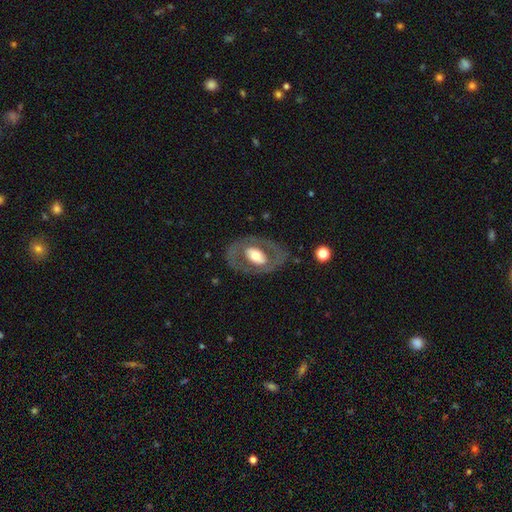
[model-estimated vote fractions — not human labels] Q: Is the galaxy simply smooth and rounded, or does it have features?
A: featured or disk — 59%.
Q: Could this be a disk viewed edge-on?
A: no — 92%.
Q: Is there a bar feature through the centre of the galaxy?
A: no — 61%.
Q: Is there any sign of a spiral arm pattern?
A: no — 78%.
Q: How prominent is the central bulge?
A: moderate — 49%.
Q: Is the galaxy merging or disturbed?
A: none — 75%.